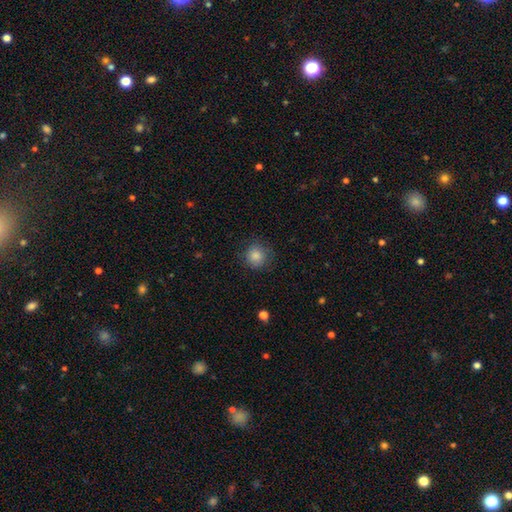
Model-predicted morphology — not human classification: Smooth or featured? smooth (86%)
How rounded? round (92%)
Merging? none (83%)